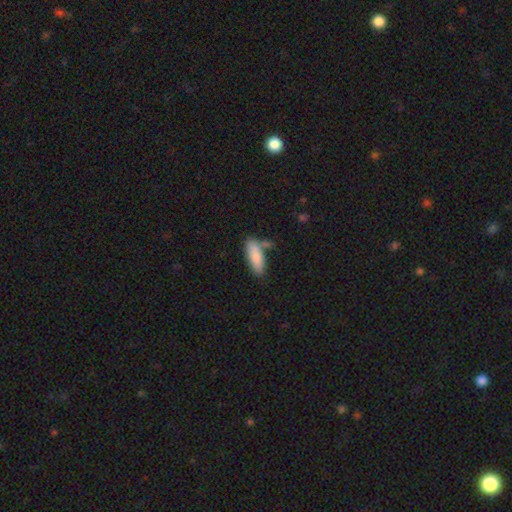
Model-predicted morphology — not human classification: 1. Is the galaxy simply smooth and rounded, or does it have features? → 85% smooth, 9% featured or disk, 6% star or artifact.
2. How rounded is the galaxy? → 65% in between, 33% cigar-shaped, 2% round.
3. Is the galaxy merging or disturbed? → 59% none, 19% minor disturbance, 17% merger, 5% major disturbance.